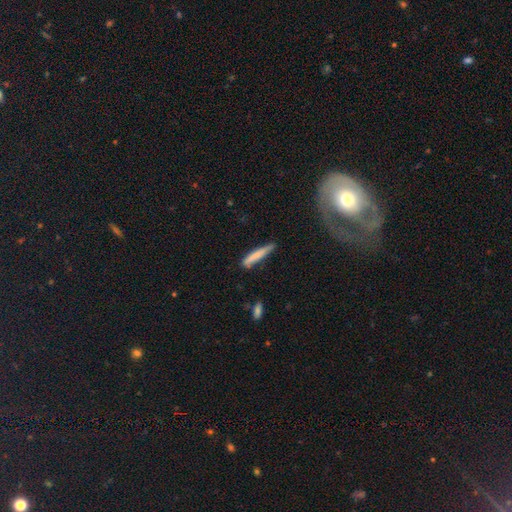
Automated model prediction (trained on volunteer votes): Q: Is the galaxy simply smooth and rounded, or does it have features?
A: smooth — 74%.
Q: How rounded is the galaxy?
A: cigar-shaped — 92%.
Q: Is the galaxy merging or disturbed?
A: none — 68%.